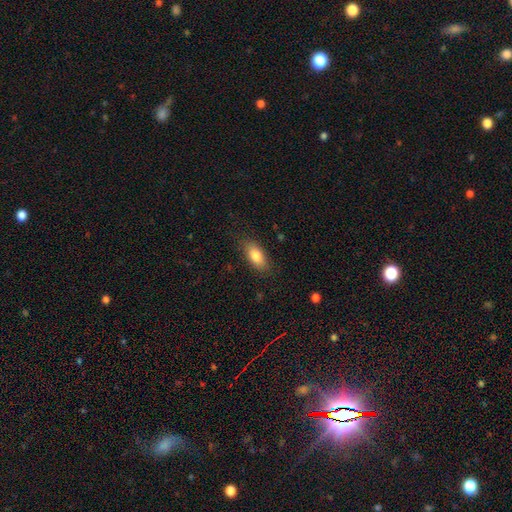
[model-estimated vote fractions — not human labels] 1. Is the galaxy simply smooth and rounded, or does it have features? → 81% smooth, 12% featured or disk, 7% star or artifact.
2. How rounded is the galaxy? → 86% in between, 10% cigar-shaped, 4% round.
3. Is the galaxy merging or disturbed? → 83% none, 13% minor disturbance, 3% major disturbance, 1% merger.